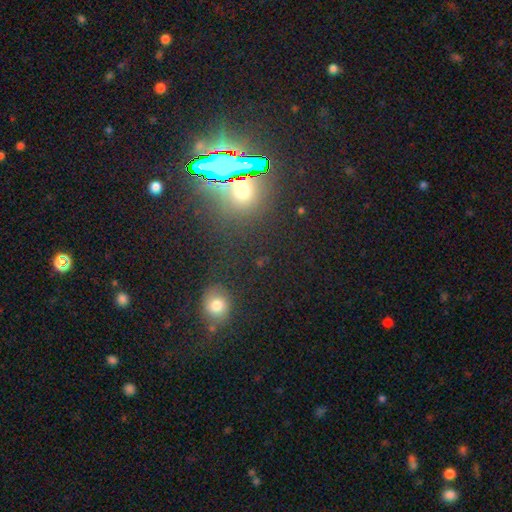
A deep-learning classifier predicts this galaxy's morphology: A star or artifact, not a galaxy (66%).